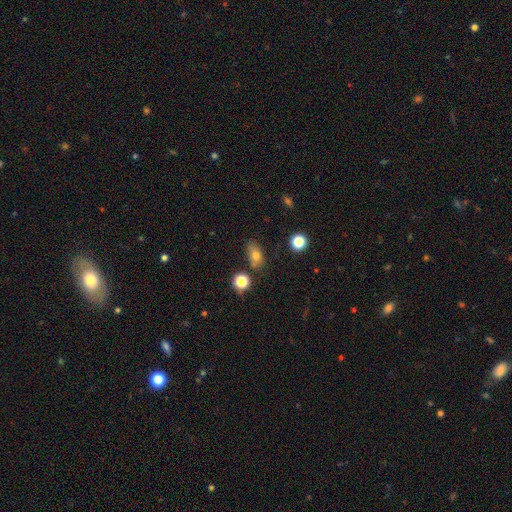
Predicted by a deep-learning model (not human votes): Smooth or featured? Predicted: smooth (p=0.75). How rounded? Predicted: in between (p=0.79). Merging? Predicted: none (p=0.72).